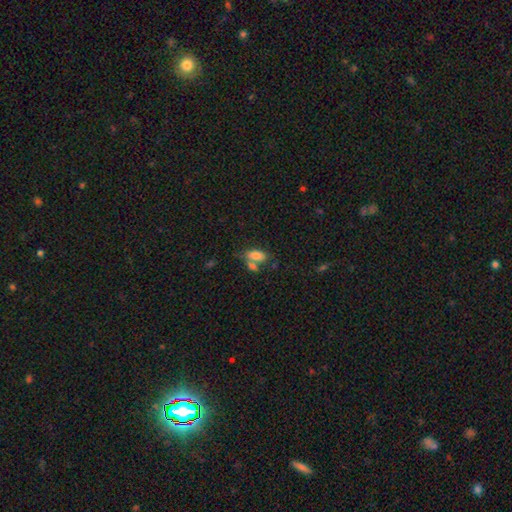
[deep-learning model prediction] Morphology: type=smooth (80%); roundness=in between (86%); merging=none (42%).